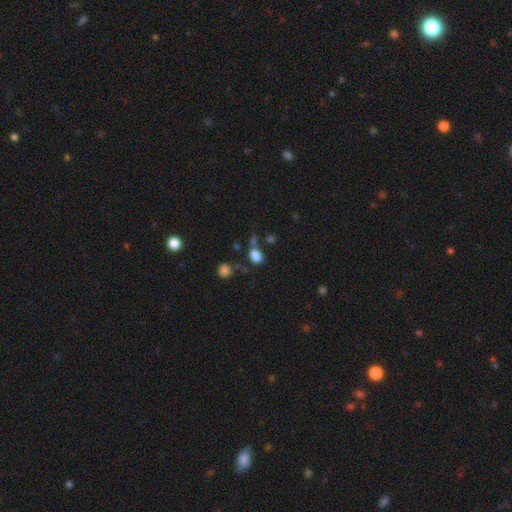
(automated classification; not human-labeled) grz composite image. It shows a smooth galaxy with no disk features (81%) that is in between round and cigar-shaped (61%). Merging: none (58%).